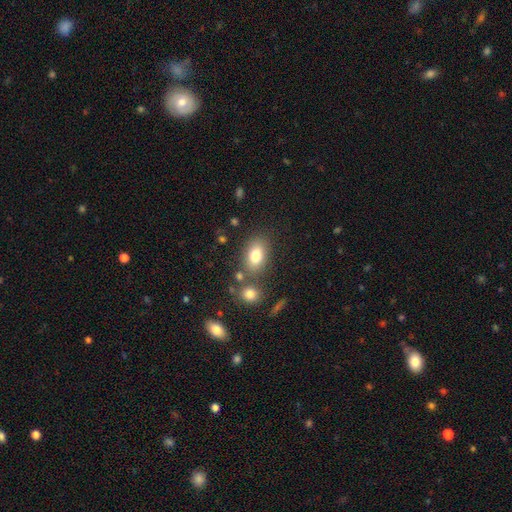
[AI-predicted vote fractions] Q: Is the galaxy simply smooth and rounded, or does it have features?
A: smooth — 78%.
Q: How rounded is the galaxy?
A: in between — 82%.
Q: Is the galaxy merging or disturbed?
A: none — 71%.